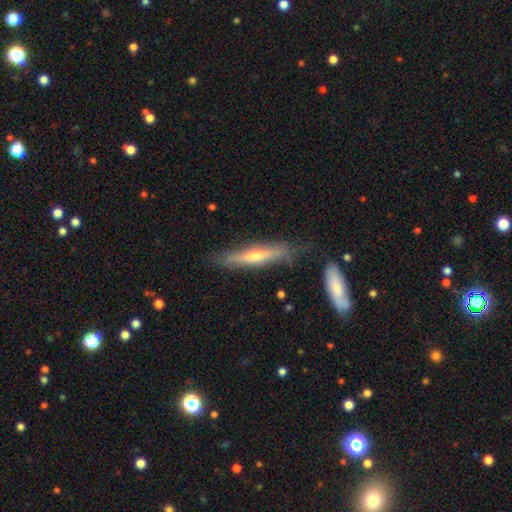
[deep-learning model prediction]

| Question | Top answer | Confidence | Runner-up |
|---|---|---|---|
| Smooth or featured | featured or disk | 49% | smooth (45%) |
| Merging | none | 75% | minor disturbance (17%) |